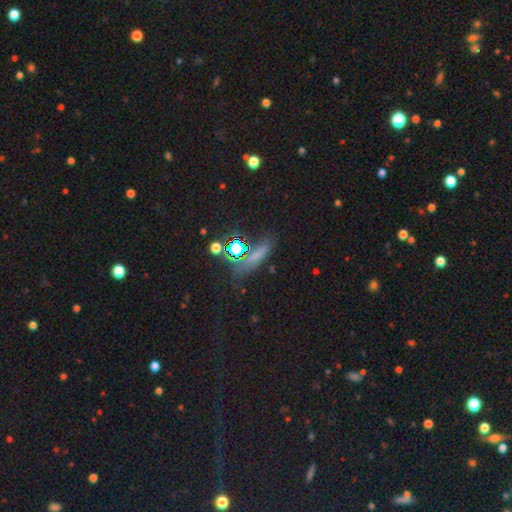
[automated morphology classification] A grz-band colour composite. It shows a smooth galaxy with no disk features (51%) that is cigar-shaped (48%). Merging: none (69%).